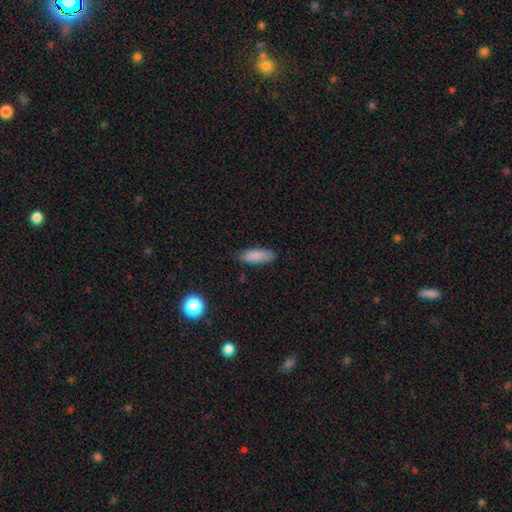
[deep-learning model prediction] The model was most divided on "how rounded": in between: 70%, cigar-shaped: 28%, round: 2%. More confident: smooth or featured — smooth (87%); merging — none (80%).